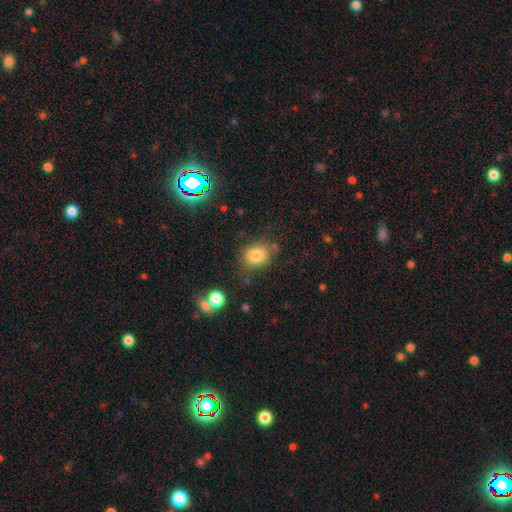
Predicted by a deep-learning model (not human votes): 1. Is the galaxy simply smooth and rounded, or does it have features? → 82% smooth, 11% star or artifact, 8% featured or disk.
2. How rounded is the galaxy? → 54% in between, 45% round, 1% cigar-shaped.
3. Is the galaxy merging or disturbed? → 69% none, 18% minor disturbance, 6% major disturbance, 6% merger.